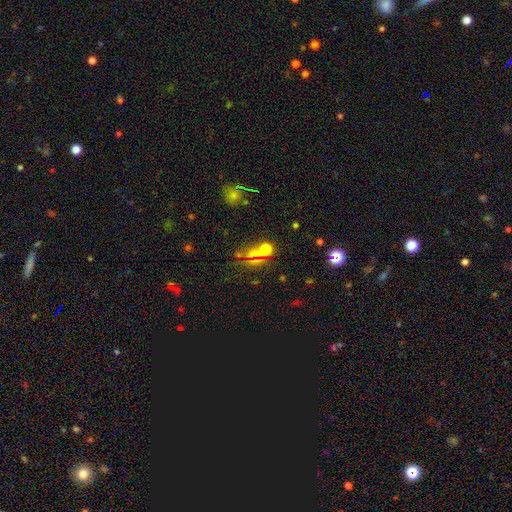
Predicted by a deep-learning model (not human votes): This is possibly a smooth galaxy (47%). Merging: likely none (66%).